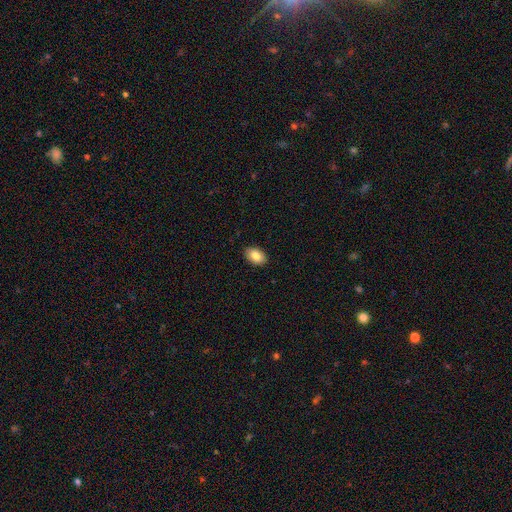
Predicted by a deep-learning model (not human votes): A smooth galaxy with no disk features (85%) that is in between round and cigar-shaped (91%). Merging: none (90%).